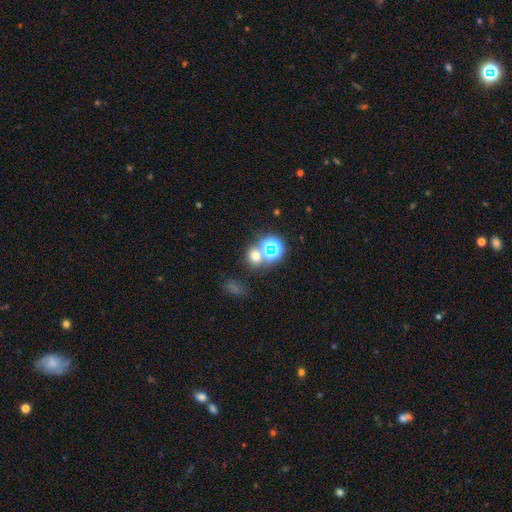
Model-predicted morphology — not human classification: Overall: smooth (55%; star or artifact 36%). How rounded: round (71%). Merging: none (61%; merger 27%).